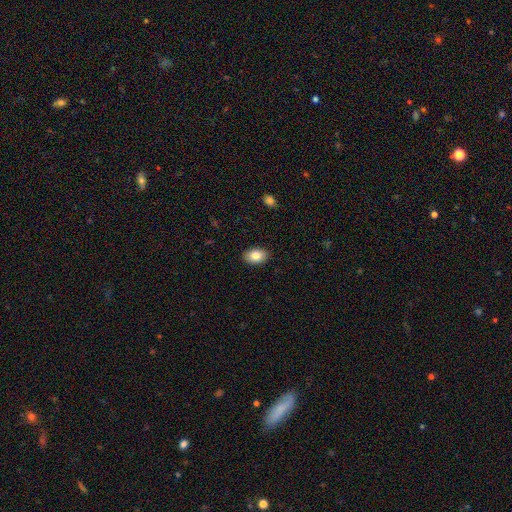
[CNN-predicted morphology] Smooth or featured?
  - smooth: 84% *
  - featured or disk: 9%
  - star or artifact: 7%
How rounded?
  - in between: 90% *
  - round: 9%
  - cigar-shaped: 1%
Merging?
  - none: 90% *
  - minor disturbance: 8%
  - major disturbance: 2%
  - merger: 1%